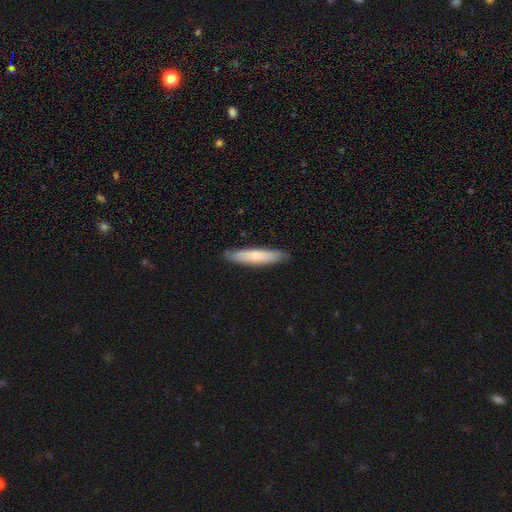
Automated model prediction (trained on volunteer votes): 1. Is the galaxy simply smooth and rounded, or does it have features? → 73% smooth, 22% featured or disk, 5% star or artifact.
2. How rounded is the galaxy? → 89% cigar-shaped, 10% in between, 1% round.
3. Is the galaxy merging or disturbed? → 88% none, 9% minor disturbance, 2% major disturbance, 1% merger.